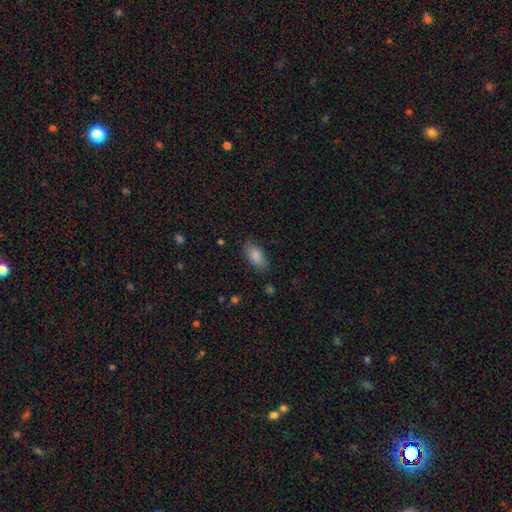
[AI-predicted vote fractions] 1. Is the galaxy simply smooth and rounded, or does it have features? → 86% smooth, 7% featured or disk, 7% star or artifact.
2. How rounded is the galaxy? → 90% in between, 8% cigar-shaped, 3% round.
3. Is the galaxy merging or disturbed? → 82% none, 13% minor disturbance, 3% major disturbance, 1% merger.